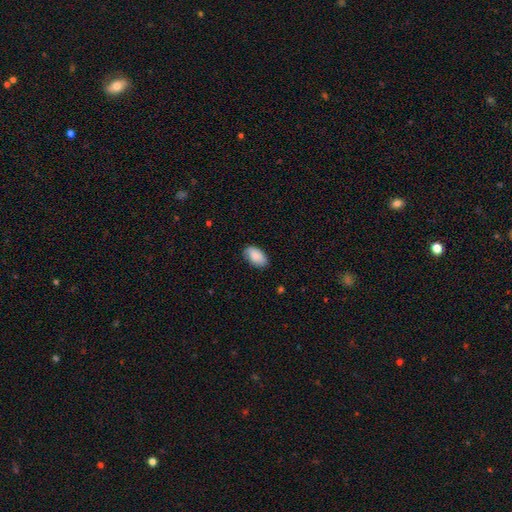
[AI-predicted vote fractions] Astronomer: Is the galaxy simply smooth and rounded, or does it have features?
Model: smooth — 86%.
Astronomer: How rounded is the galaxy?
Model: in between — 94%.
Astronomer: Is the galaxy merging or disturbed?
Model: none — 78%.